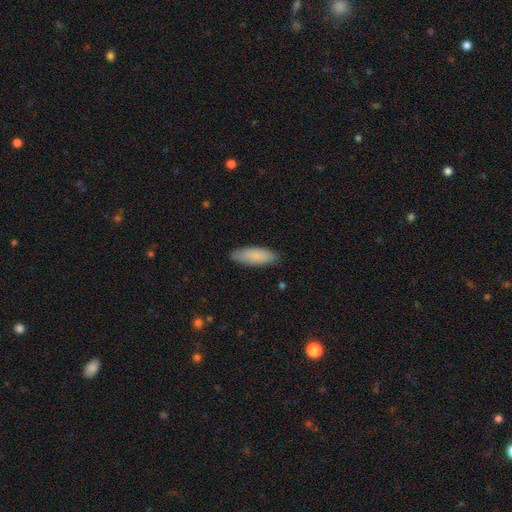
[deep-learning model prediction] Q: Smooth or featured?
A: smooth (87%); runner-up: featured or disk (7%)
Q: How rounded?
A: in between (61%); runner-up: cigar-shaped (38%)
Q: Merging?
A: none (86%); runner-up: minor disturbance (11%)